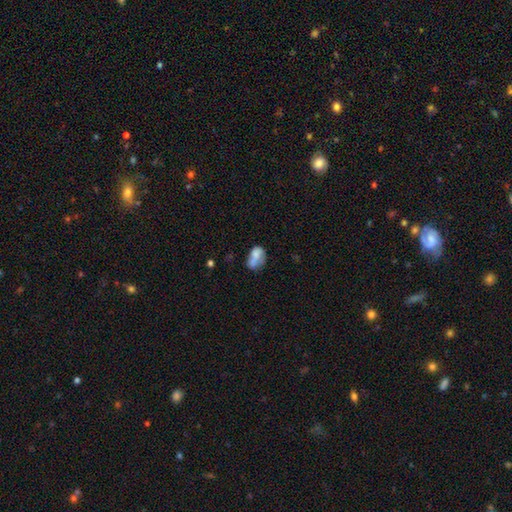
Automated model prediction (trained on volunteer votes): The model was most divided on "merging": none: 28%, merger: 26%, minor disturbance: 25%, major disturbance: 21%. More confident: how rounded — in between (81%); smooth or featured — smooth (64%).